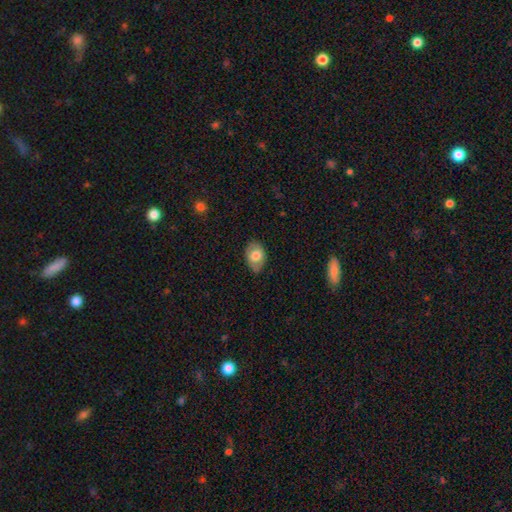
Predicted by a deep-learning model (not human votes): This is likely a smooth galaxy (71%). How rounded: likely in between (80%). Merging: likely none (75%).